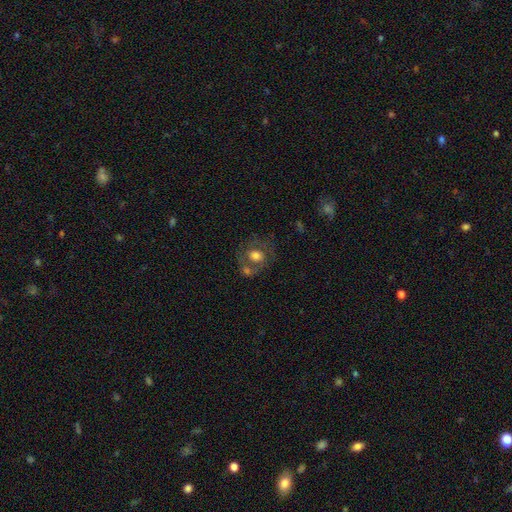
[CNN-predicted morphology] This appears to be a smooth galaxy with no disk features (55%) that is round (72%). Merging: none (48%).